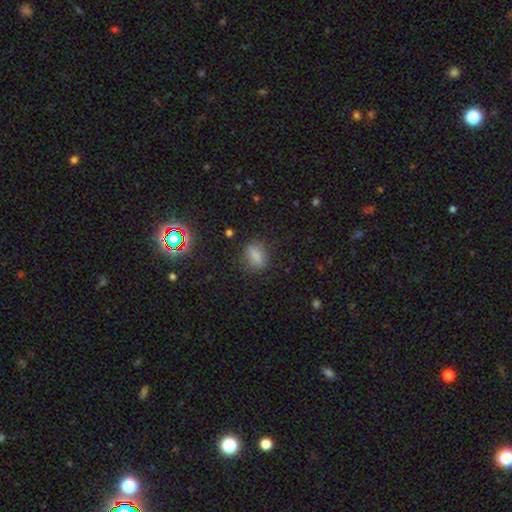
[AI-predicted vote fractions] Q: Smooth or featured?
A: smooth (78%); runner-up: star or artifact (13%)
Q: How rounded?
A: in between (65%); runner-up: round (31%)
Q: Merging?
A: none (78%); runner-up: minor disturbance (15%)